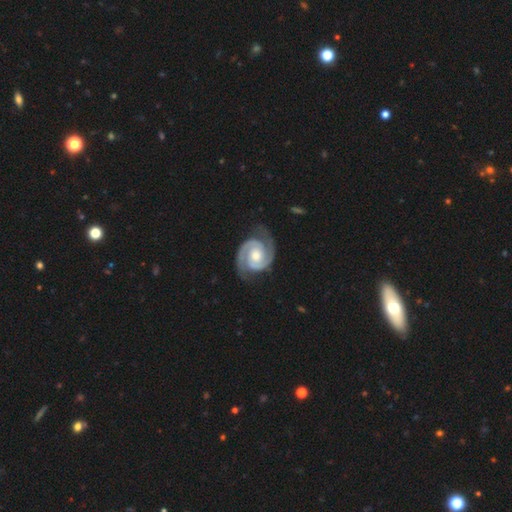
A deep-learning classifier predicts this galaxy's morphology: This is clearly a featured or disk galaxy (93%). It is clearly not viewed edge-on (98%). Bar: likely no (65%). Spiral arm pattern: clearly yes (99%). Spiral arm count: clearly 2 (94%). Spiral winding: possibly tight (55%). Central bulge: likely moderate (69%). Merging: likely none (79%).